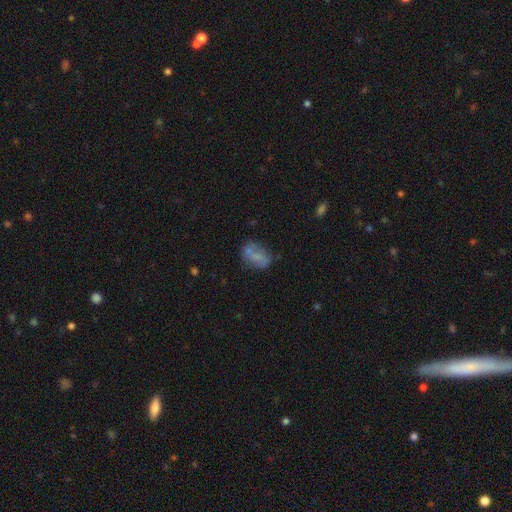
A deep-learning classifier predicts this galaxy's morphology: This is possibly a smooth galaxy (57%). How rounded: clearly in between (82%). Merging: possibly none (53%).